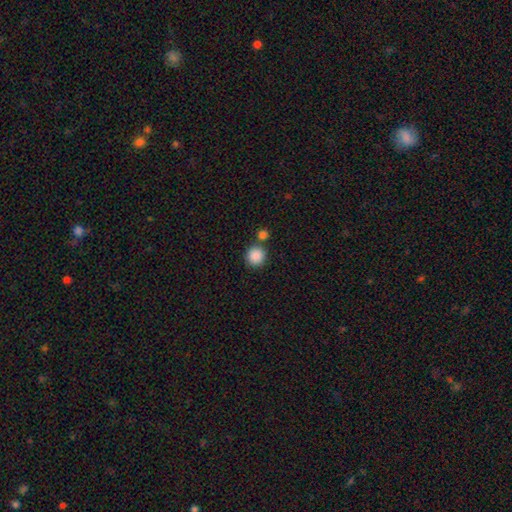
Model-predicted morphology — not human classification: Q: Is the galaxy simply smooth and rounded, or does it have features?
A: smooth — 88%.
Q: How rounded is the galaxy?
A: round — 92%.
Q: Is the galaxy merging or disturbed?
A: none — 73%.